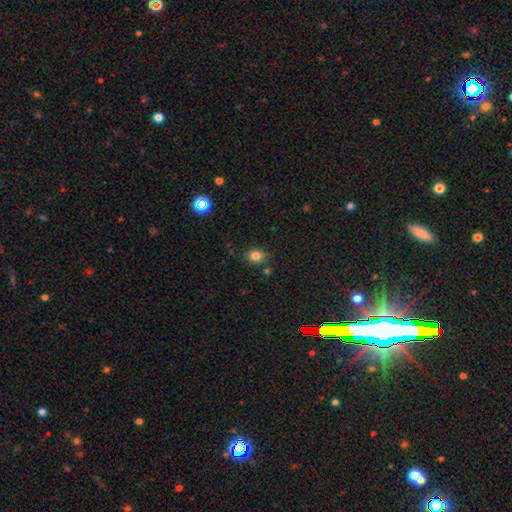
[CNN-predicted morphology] smooth_or_featured: smooth (p=0.82) [alt: star or artifact p=0.13]
how_rounded: round (p=0.55) [alt: in between p=0.44]
merging: none (p=0.79) [alt: minor disturbance p=0.13]